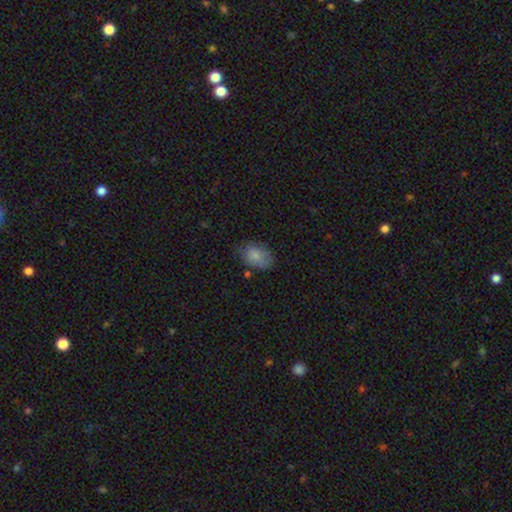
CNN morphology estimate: type=smooth (82%); roundness=in between (84%); merging=none (66%).